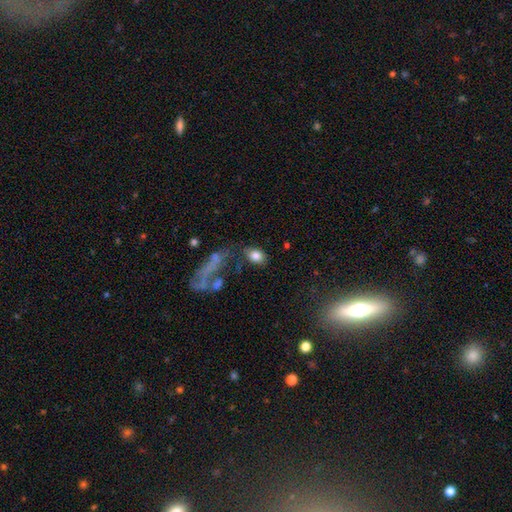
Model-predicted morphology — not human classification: Smooth or featured? smooth (81%)
How rounded? in between (75%)
Merging? none (66%)